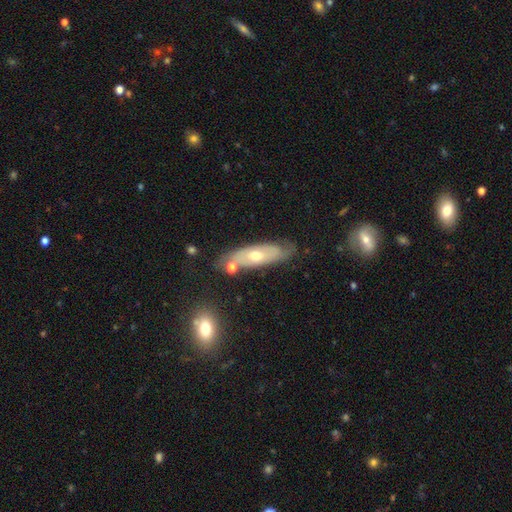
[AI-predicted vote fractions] This appears to be a featured or disk galaxy (61%). Merging: none (69%).